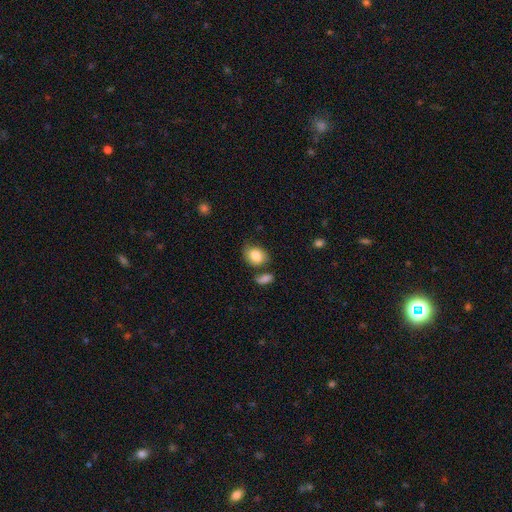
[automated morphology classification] A smooth galaxy with no disk features (81%) that is in between round and cigar-shaped (56%).

Vote fractions:
- Smooth or featured? smooth: 81% / featured or disk: 12% / star or artifact: 7%
- How rounded? in between: 56% / round: 42% / cigar-shaped: 1%
- Merging? none: 56% / minor disturbance: 25% / merger: 12% / major disturbance: 7%